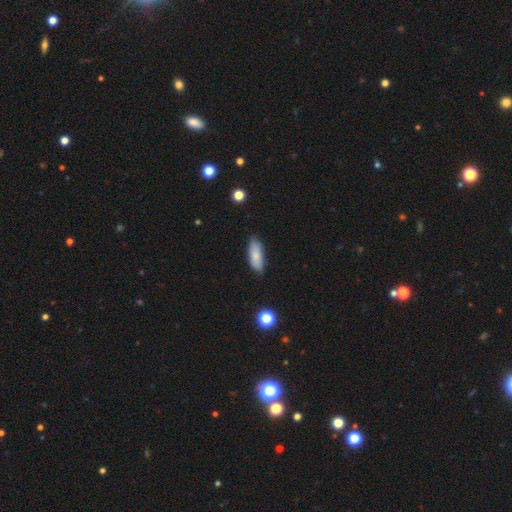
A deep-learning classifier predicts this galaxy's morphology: A smooth galaxy with no disk features (82%) that is in between round and cigar-shaped (73%). Merging: none (79%).